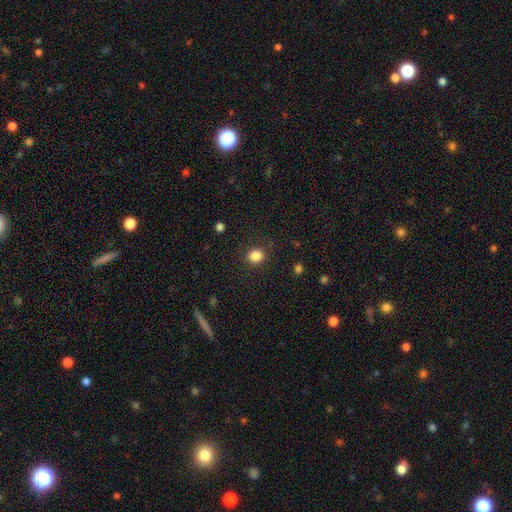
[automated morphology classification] This appears to be a smooth galaxy with no disk features (85%) that is round (73%). Merging: none (87%).